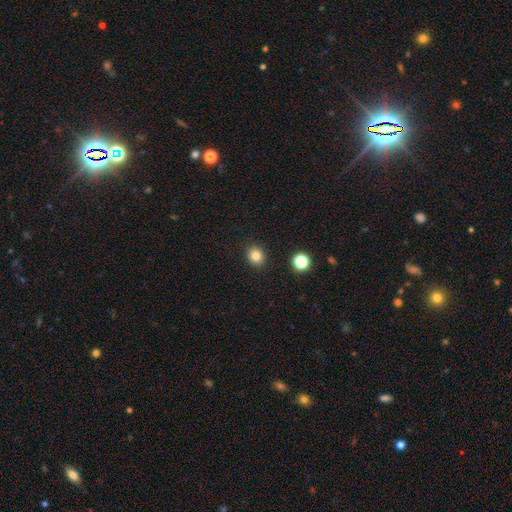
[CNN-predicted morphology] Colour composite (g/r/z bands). It shows a smooth galaxy with no disk features (82%) that is round (71%). Merging: none (90%).